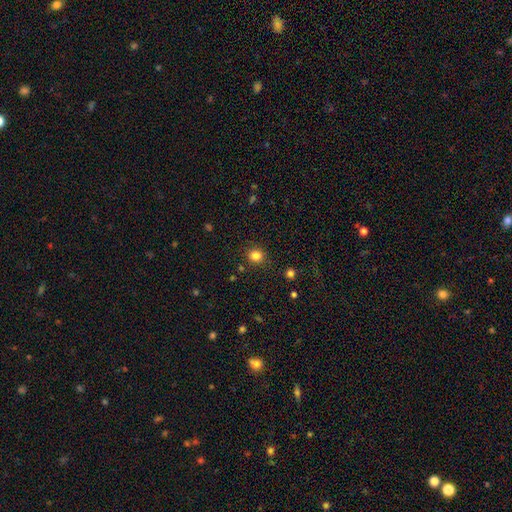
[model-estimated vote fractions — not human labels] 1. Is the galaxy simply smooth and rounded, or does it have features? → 83% smooth, 13% star or artifact, 4% featured or disk.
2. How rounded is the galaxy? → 85% round, 14% in between, 1% cigar-shaped.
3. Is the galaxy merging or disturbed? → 87% none, 8% minor disturbance, 3% major disturbance, 2% merger.